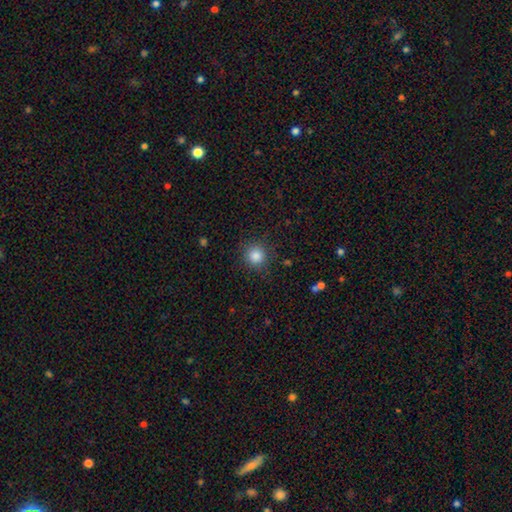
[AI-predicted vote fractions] smooth 85%, star or artifact 11%, featured or disk 4%. Down the decision tree: how rounded — round (94%); merging — none (88%).